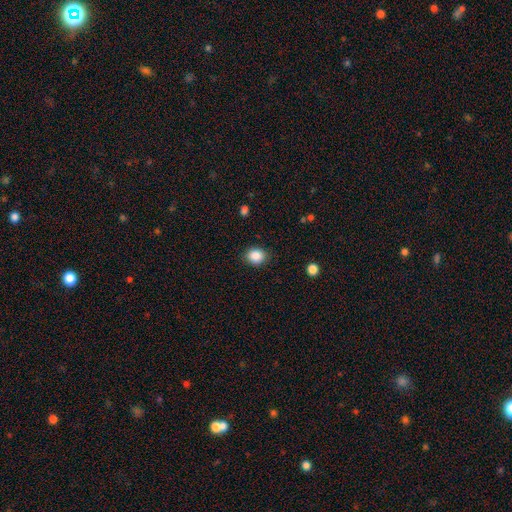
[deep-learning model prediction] Smooth or featured? Predicted: smooth (p=0.88). How rounded? Predicted: round (p=0.59). Merging? Predicted: none (p=0.87).